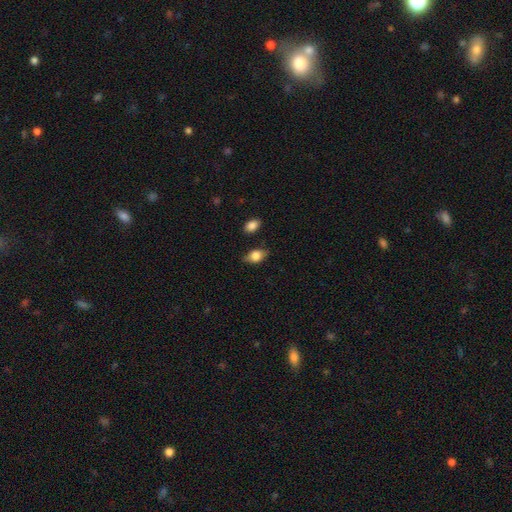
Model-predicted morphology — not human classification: Smooth or featured?
  - smooth: 77% *
  - featured or disk: 15%
  - star or artifact: 8%
How rounded?
  - in between: 83% *
  - round: 14%
  - cigar-shaped: 4%
Merging?
  - none: 74% *
  - minor disturbance: 19%
  - major disturbance: 4%
  - merger: 3%